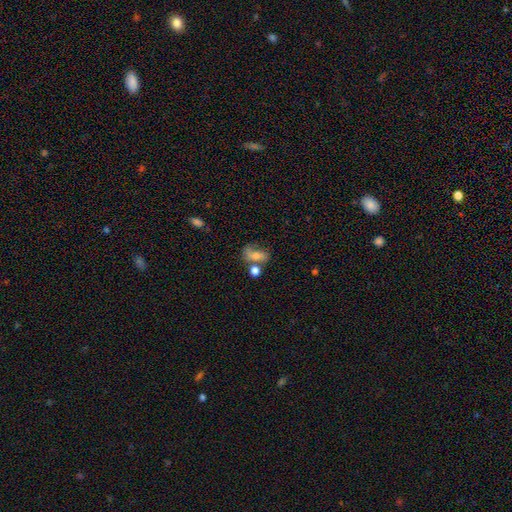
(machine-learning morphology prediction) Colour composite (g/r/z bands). It shows a smooth galaxy with no disk features (53%) that is in between round and cigar-shaped (74%). Merging: none (39%).